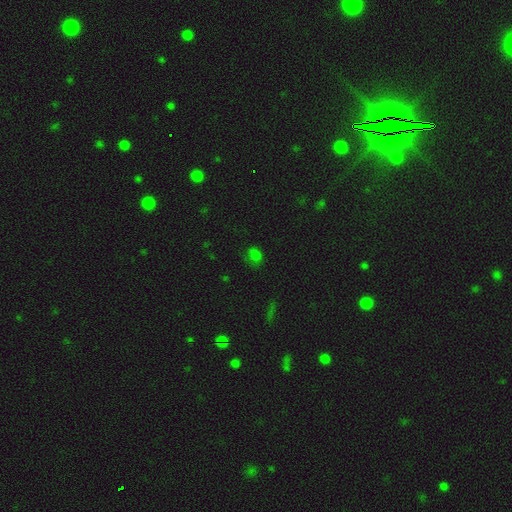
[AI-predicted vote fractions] smooth-or-featured: smooth: 66% | star or artifact: 28% | featured or disk: 6%
  how-rounded: in between: 57% | round: 41% | cigar-shaped: 2%
  merging: none: 65% | minor disturbance: 23% | major disturbance: 9% | merger: 3%